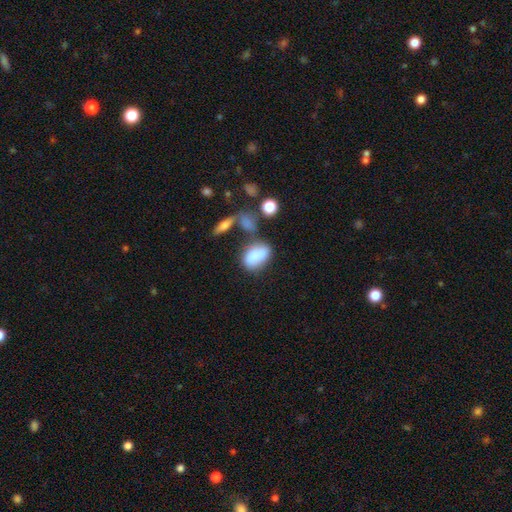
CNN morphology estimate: type=smooth (80%); roundness=in between (87%); merging=none (43%).